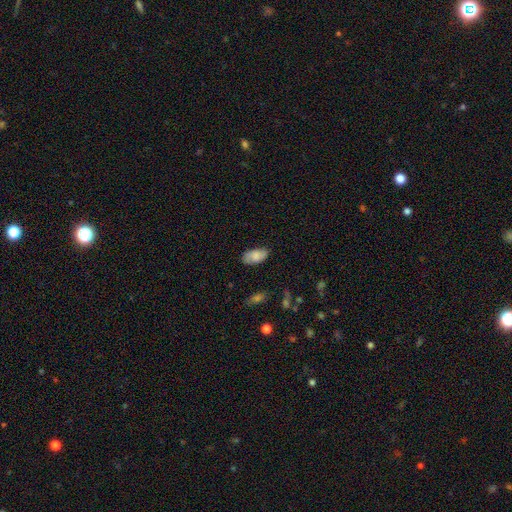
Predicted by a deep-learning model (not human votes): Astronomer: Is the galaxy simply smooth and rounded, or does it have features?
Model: smooth — 76%.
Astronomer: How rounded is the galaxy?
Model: in between — 94%.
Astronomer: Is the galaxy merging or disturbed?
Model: none — 75%.